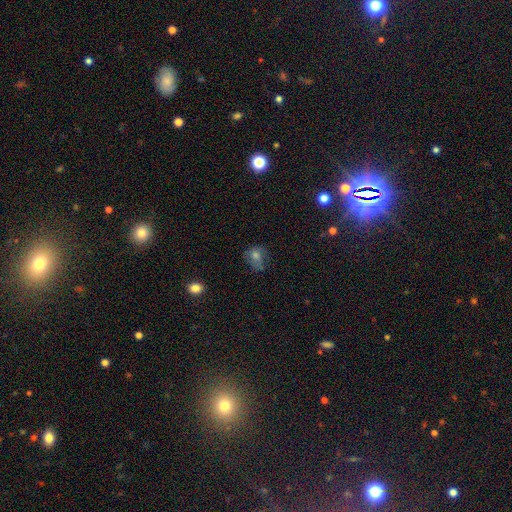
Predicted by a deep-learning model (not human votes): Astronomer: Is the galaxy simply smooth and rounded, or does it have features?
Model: smooth — 60%.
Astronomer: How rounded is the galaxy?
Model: round — 61% (runner-up: in between, 38%).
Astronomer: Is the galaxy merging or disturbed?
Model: none — 51% (runner-up: minor disturbance, 28%).